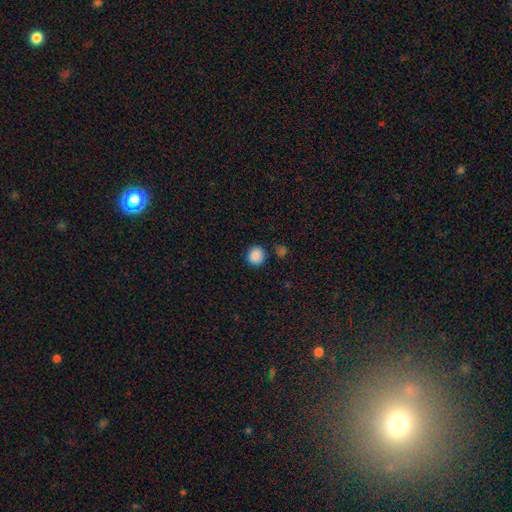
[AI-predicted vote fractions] Smooth or featured? smooth (87%)
How rounded? round (92%)
Merging? none (84%)